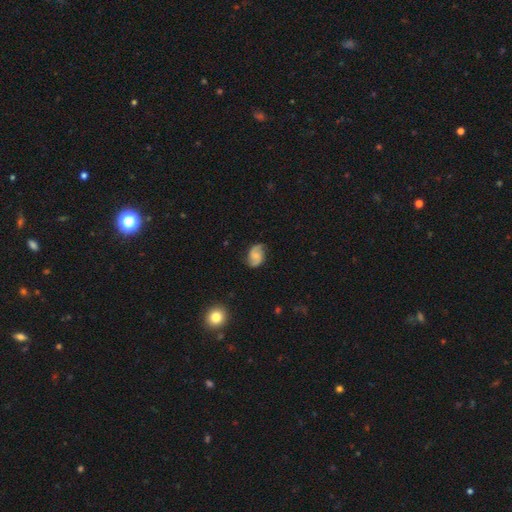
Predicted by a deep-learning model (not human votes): A featured or disk galaxy (62%) with no bar (56%), 2 (90%) medium (44%) spiral arms (93%) and a small central bulge (50%). Merging: none (75%).